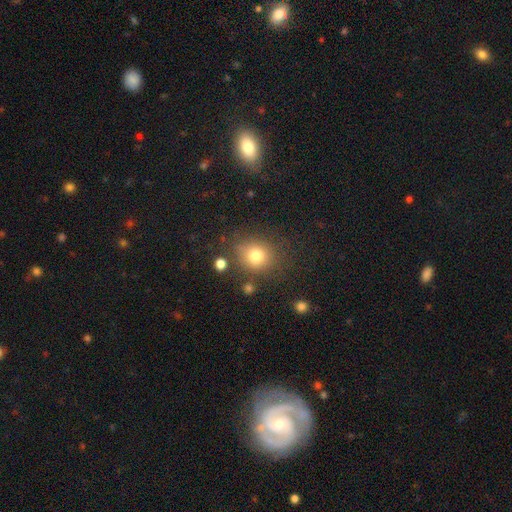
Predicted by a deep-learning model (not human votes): Smooth or featured? Predicted: smooth (p=0.77). How rounded? Predicted: round (p=0.77). Merging? Predicted: none (p=0.77).